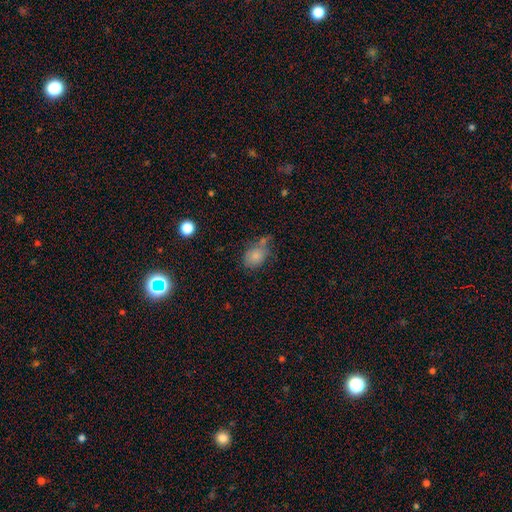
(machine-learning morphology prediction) Smooth or featured: smooth — 80% (featured or disk — 10%)
How rounded: in between — 73% (round — 25%)
Merging: none — 49% (minor disturbance — 26%)